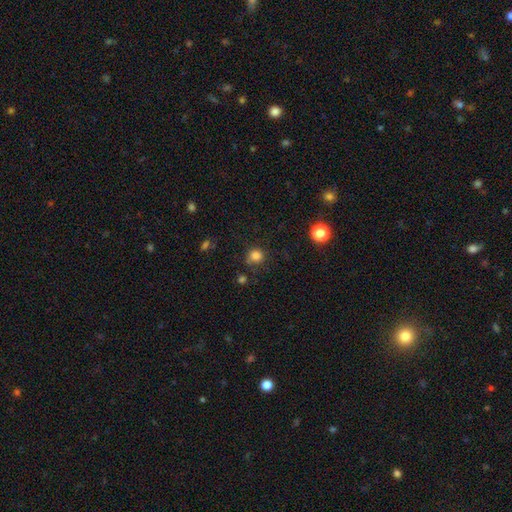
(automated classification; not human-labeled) A smooth galaxy with no disk features (81%) that is round (88%).

Vote fractions:
- Smooth or featured? smooth: 81% / star or artifact: 13% / featured or disk: 5%
- How rounded? round: 88% / in between: 11% / cigar-shaped: 1%
- Merging? none: 73% / minor disturbance: 17% / major disturbance: 6% / merger: 4%